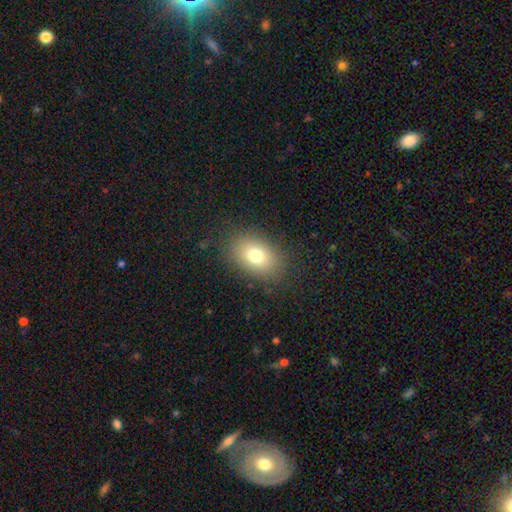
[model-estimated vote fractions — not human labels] smooth 76%, featured or disk 12%, star or artifact 12%. Down the decision tree: how rounded — in between (79%); merging — none (84%).